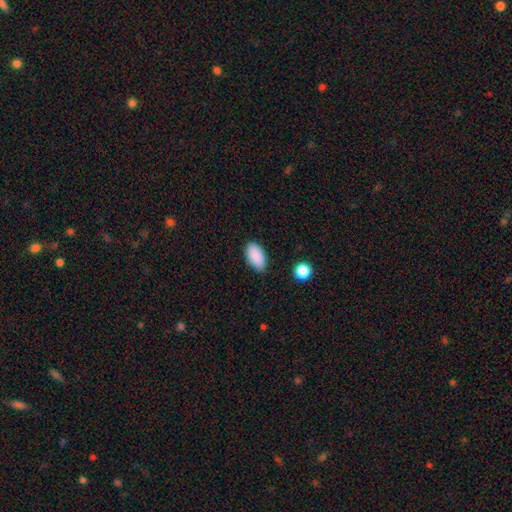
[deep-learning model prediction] Smooth or featured? Predicted: smooth (p=0.89). How rounded? Predicted: in between (p=0.94). Merging? Predicted: none (p=0.80).